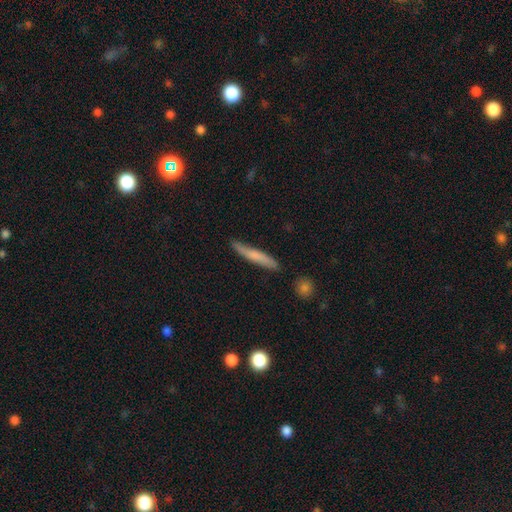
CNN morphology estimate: A smooth galaxy with no disk features (62%) that is cigar-shaped (94%).

Vote fractions:
- Smooth or featured? smooth: 62% / featured or disk: 32% / star or artifact: 6%
- How rounded? cigar-shaped: 94% / in between: 5% / round: 2%
- Merging? none: 80% / minor disturbance: 15% / major disturbance: 3% / merger: 2%